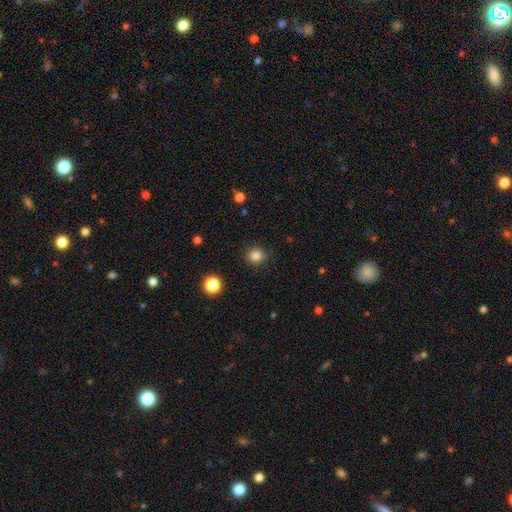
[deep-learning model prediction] Smooth or featured?
  - smooth: 84% *
  - star or artifact: 12%
  - featured or disk: 4%
How rounded?
  - round: 90% *
  - in between: 9%
  - cigar-shaped: 1%
Merging?
  - none: 88% *
  - minor disturbance: 8%
  - major disturbance: 2%
  - merger: 1%